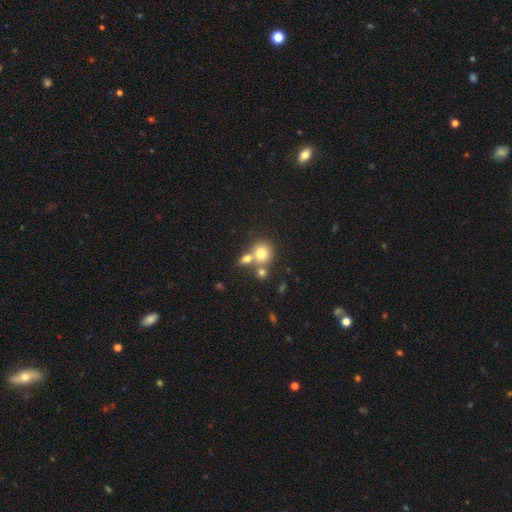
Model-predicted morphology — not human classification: This appears to be a smooth galaxy with no disk features (71%) that is round (84%). Merging: none (49%).